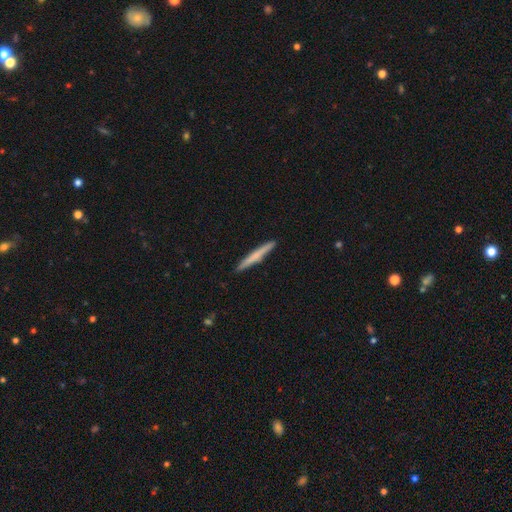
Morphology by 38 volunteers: smooth_or_featured: smooth (p=0.47) [alt: featured or disk p=0.45]
how_rounded: cigar-shaped (p=0.94) [alt: in between p=0.06]
merging: none (p=0.86) [alt: minor disturbance p=0.11]